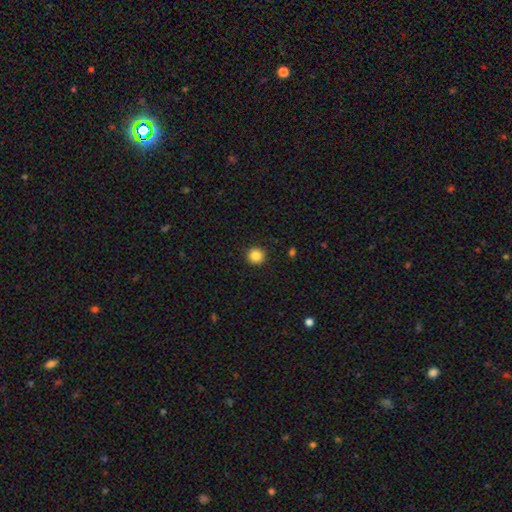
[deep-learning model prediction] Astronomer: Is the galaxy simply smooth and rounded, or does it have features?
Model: smooth — 86%.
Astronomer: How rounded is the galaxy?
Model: round — 94%.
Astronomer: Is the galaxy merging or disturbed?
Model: none — 93%.